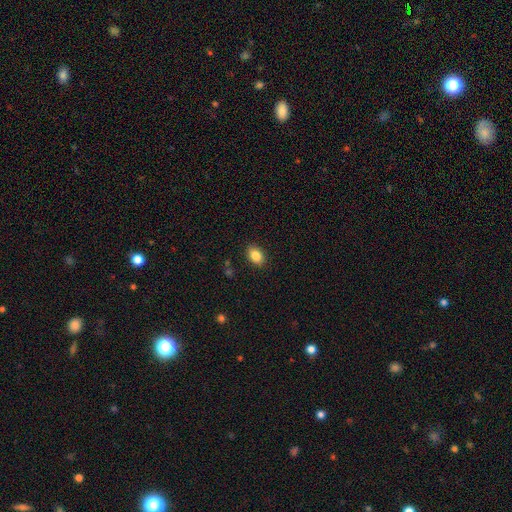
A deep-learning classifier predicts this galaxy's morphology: A smooth galaxy with no disk features (86%) that is in between round and cigar-shaped (83%). Merging: none (88%).